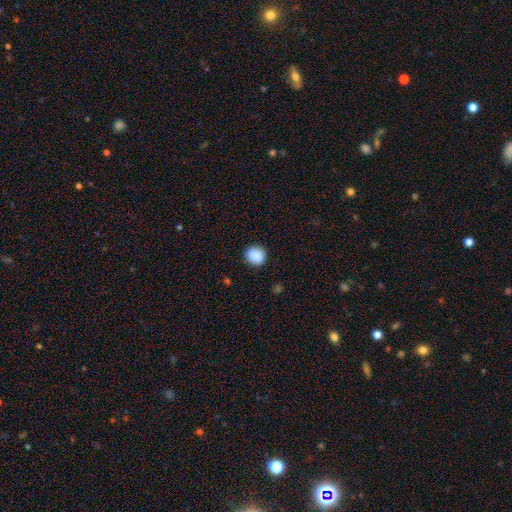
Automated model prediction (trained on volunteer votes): A smooth galaxy with no disk features (89%) that is round (88%).

Vote fractions:
- Smooth or featured? smooth: 89% / star or artifact: 8% / featured or disk: 3%
- How rounded? round: 88% / in between: 11% / cigar-shaped: 1%
- Merging? none: 90% / minor disturbance: 6% / major disturbance: 2% / merger: 1%